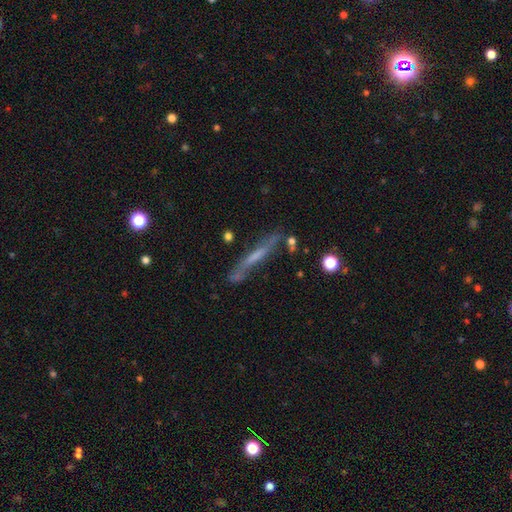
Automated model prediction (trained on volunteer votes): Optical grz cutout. It shows a featured or disk galaxy (59%) viewed edge-on (81%). Merging: none (67%).